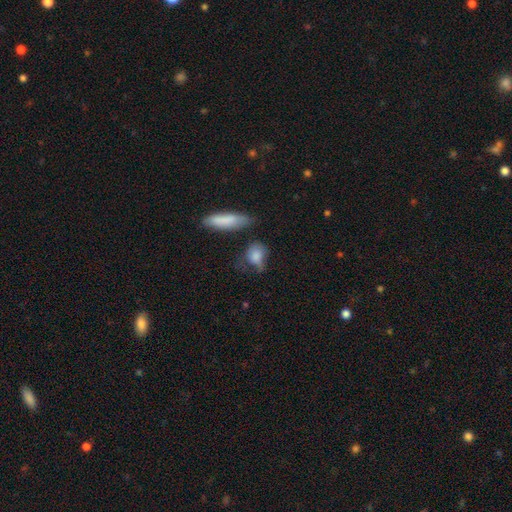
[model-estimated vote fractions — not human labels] Smooth or featured? smooth (80%)
How rounded? in between (60%)
Merging? none (40%)